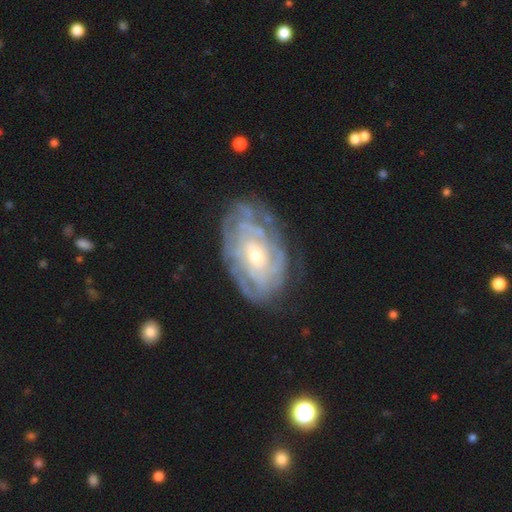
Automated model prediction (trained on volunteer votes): A featured or disk galaxy (81%) with no bar (71%), tight (71%) spiral arms (84%) and a small central bulge (53%).

Vote fractions:
- Smooth or featured? featured or disk: 81% / smooth: 13% / star or artifact: 6%
- Edge-on disk? no: 96% / yes: 4%
- Bar? no: 71% / weak: 24% / strong: 5%
- Spiral arms? yes: 84% / no: 16%
- Spiral winding? tight: 71% / medium: 22% / loose: 7%
- Spiral arm count? can't tell: 56% / 2: 13% / 3: 11% / 4: 10% / more than 4: 6% / 1: 4%
- Bulge size? small: 53% / moderate: 43% / large: 3% / none: 1% / dominant: 1%
- Merging? none: 66% / minor disturbance: 22% / major disturbance: 10% / merger: 2%